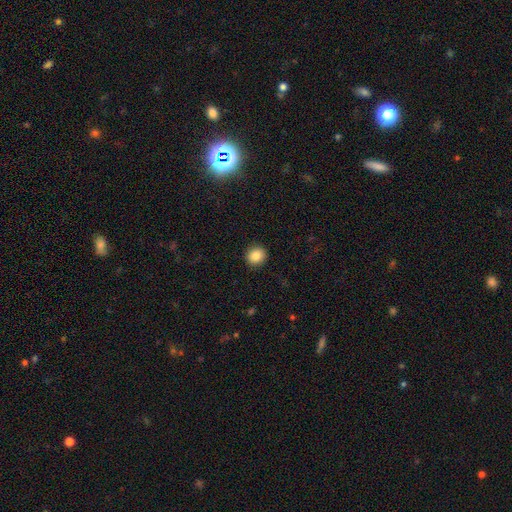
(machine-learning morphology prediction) Smooth or featured? smooth (85%)
How rounded? round (85%)
Merging? none (92%)